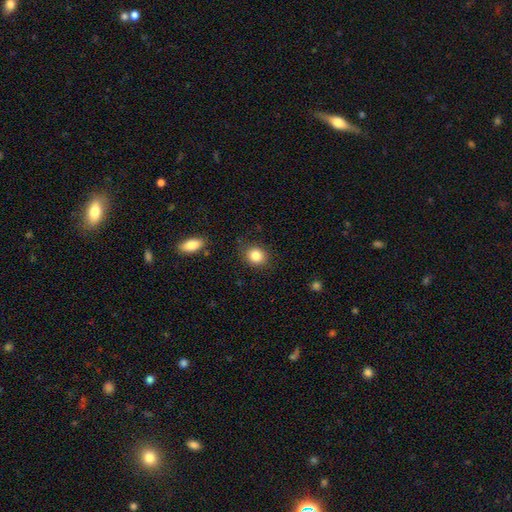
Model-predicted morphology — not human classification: Smooth or featured: smooth — 85% (star or artifact — 9%)
How rounded: round — 72% (in between — 28%)
Merging: none — 85% (minor disturbance — 11%)